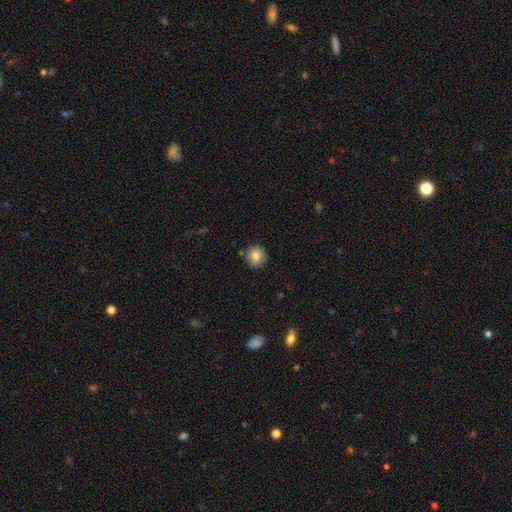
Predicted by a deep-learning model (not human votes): smooth_or_featured: smooth (p=0.83) [alt: star or artifact p=0.09]
how_rounded: round (p=0.90) [alt: in between p=0.09]
merging: none (p=0.87) [alt: minor disturbance p=0.08]